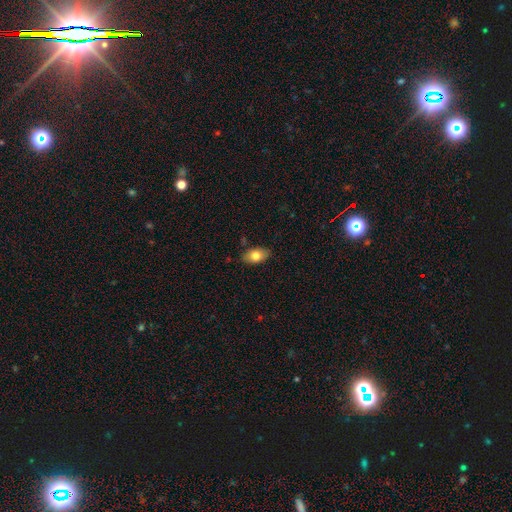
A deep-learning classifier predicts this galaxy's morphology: smooth-or-featured: smooth: 79% | featured or disk: 14% | star or artifact: 7%
  how-rounded: in between: 90% | round: 8% | cigar-shaped: 2%
  merging: none: 84% | minor disturbance: 12% | major disturbance: 2% | merger: 2%